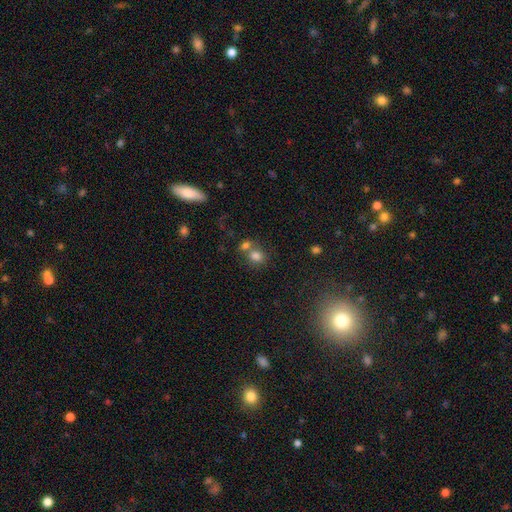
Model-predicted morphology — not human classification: Smooth or featured: smooth — 78% (star or artifact — 13%)
How rounded: round — 70% (in between — 29%)
Merging: none — 45% (merger — 42%)